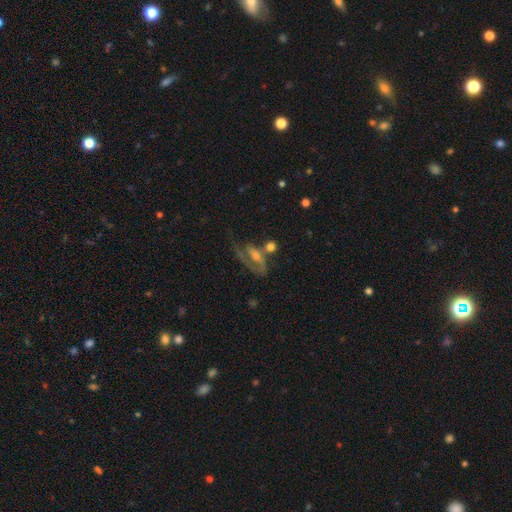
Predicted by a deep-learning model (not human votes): Smooth or featured? featured or disk (73%)
Edge-on disk? no (91%)
Bar? no (44%)
Spiral arms? yes (83%)
Spiral winding? medium (42%)
Spiral arm count? 1 (46%)
Bulge size? moderate (53%)
Merging? none (34%)